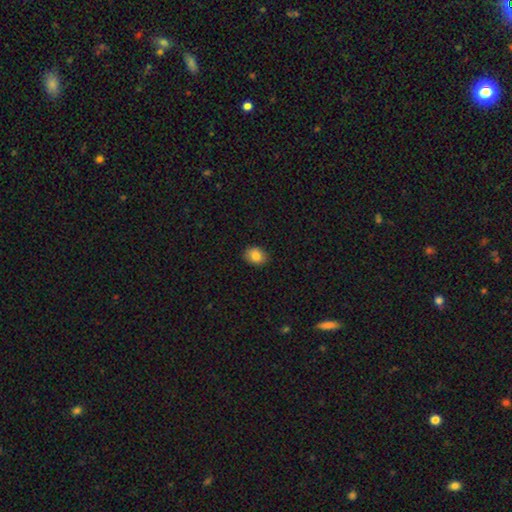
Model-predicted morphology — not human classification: This is clearly a smooth galaxy (84%). How rounded: possibly in between (53%). Merging: clearly none (89%).